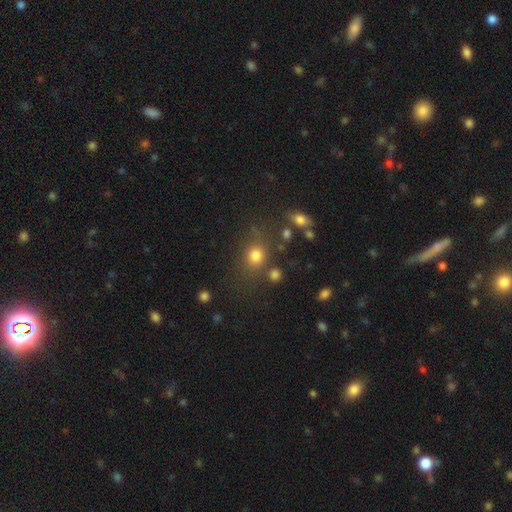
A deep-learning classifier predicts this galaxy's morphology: Smooth or featured? Predicted: smooth (p=0.77). How rounded? Predicted: round (p=0.74). Merging? Predicted: none (p=0.70).